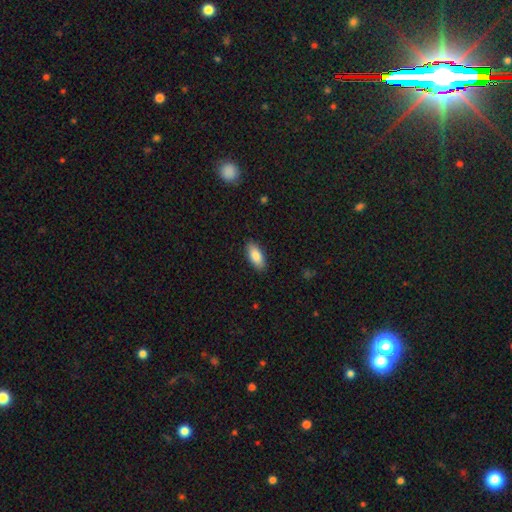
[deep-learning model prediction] This appears to be a smooth galaxy with no disk features (86%) that is in between round and cigar-shaped (87%). Merging: none (88%).